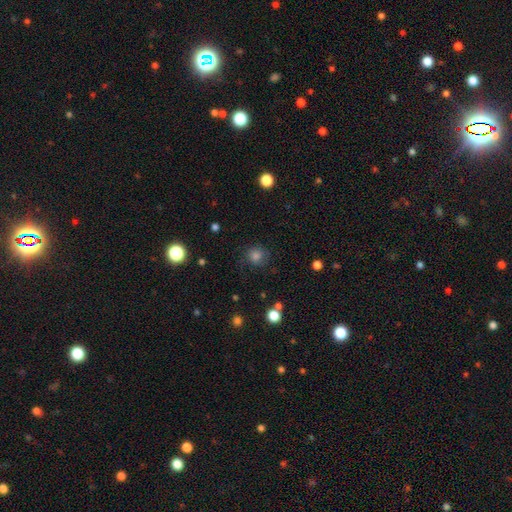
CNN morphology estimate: Smooth or featured: smooth — 78% (star or artifact — 16%)
How rounded: round — 90% (in between — 9%)
Merging: none — 84% (minor disturbance — 11%)